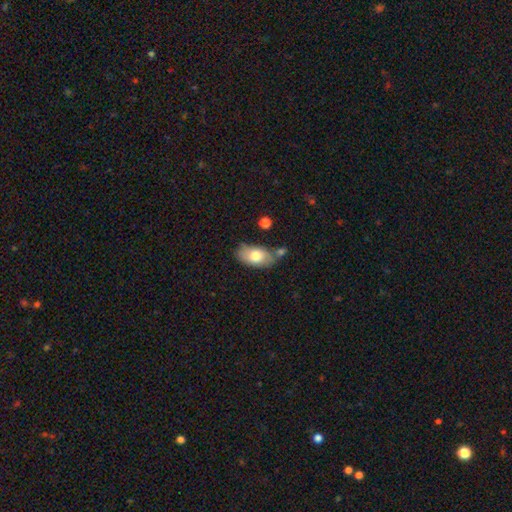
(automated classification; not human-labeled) Morphology: type=smooth (74%); roundness=in between (92%); merging=none (61%).